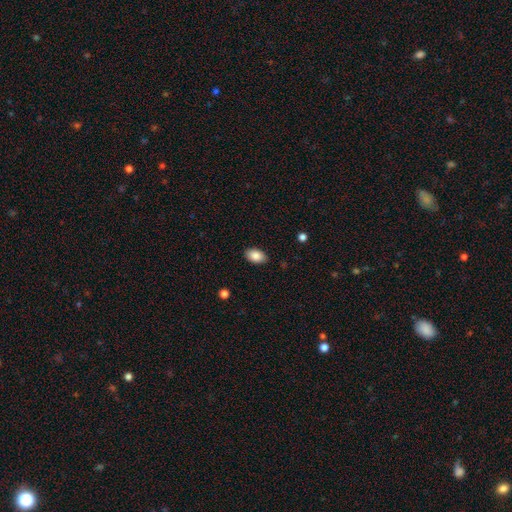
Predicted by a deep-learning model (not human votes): This is clearly a smooth galaxy (87%). How rounded: clearly in between (92%). Merging: clearly none (87%).